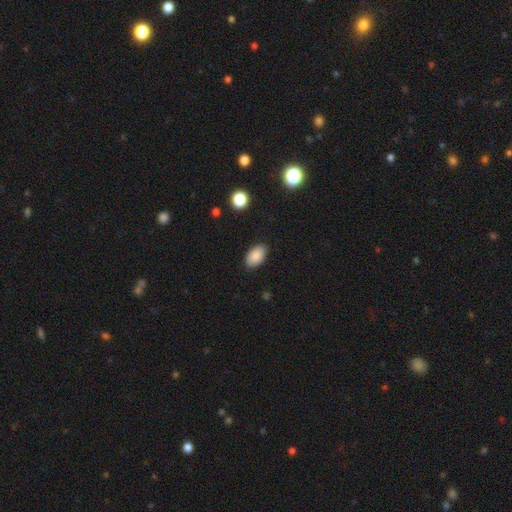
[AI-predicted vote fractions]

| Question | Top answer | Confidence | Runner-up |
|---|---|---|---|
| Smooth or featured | smooth | 87% | star or artifact (8%) |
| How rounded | in between | 93% | round (6%) |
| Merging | none | 85% | minor disturbance (11%) |